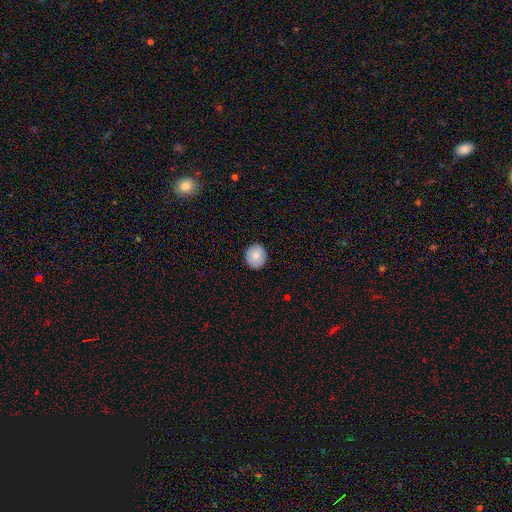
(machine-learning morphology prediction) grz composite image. It shows a smooth galaxy with no disk features (84%) that is round (72%). Merging: none (89%).